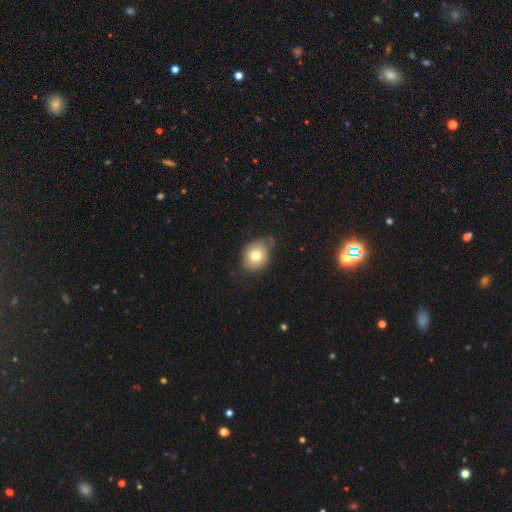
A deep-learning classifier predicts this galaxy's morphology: Smooth or featured? Predicted: smooth (p=0.76). How rounded? Predicted: round (p=0.61). Merging? Predicted: none (p=0.63).